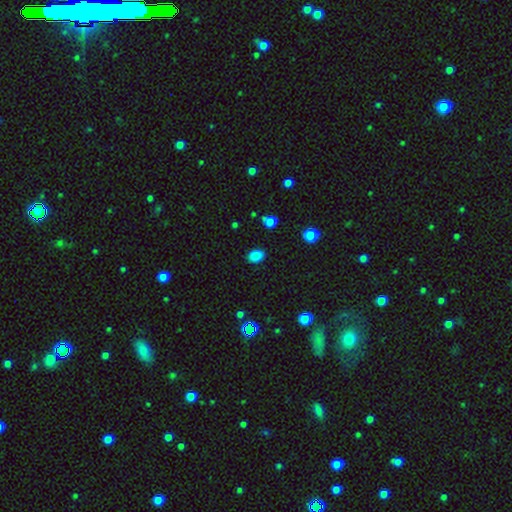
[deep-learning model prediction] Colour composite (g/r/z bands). It shows a smooth galaxy with no disk features (84%) that is in between round and cigar-shaped (76%). Merging: none (85%).